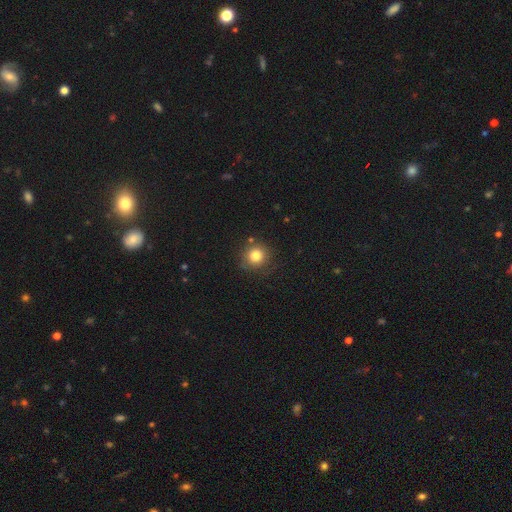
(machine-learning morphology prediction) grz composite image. It shows a smooth galaxy with no disk features (81%) that is round (92%). Merging: none (83%).